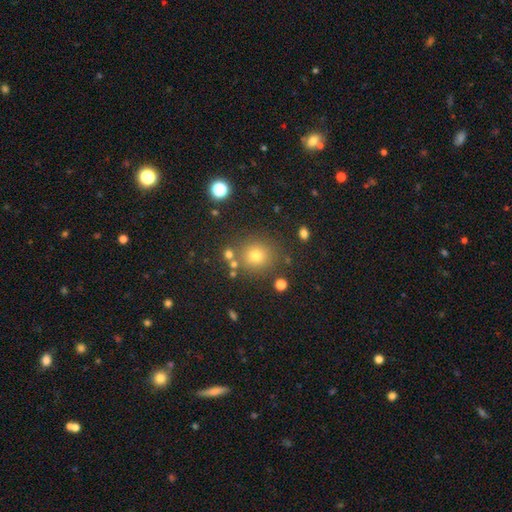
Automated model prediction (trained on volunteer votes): This appears to be a smooth galaxy with no disk features (72%) that is round (91%). Merging: none (82%).